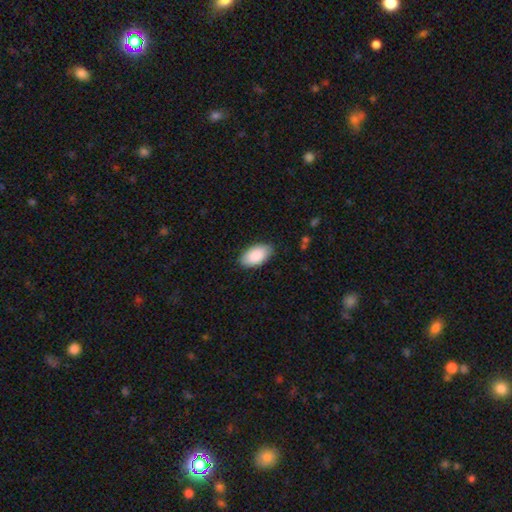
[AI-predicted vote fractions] Overall: smooth (89%). How rounded: in between (96%). Merging: none (85%).